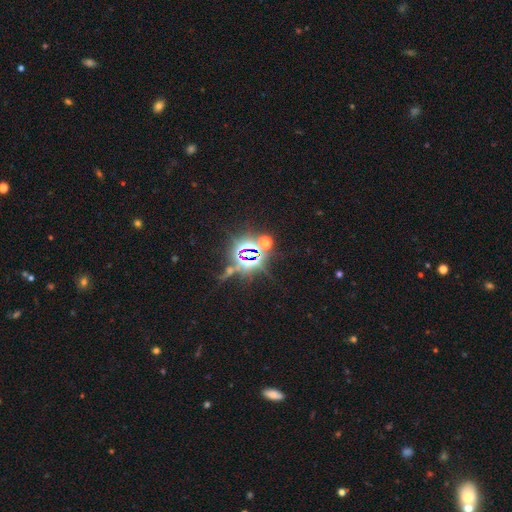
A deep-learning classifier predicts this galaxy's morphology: A star or artifact, not a galaxy (84%).